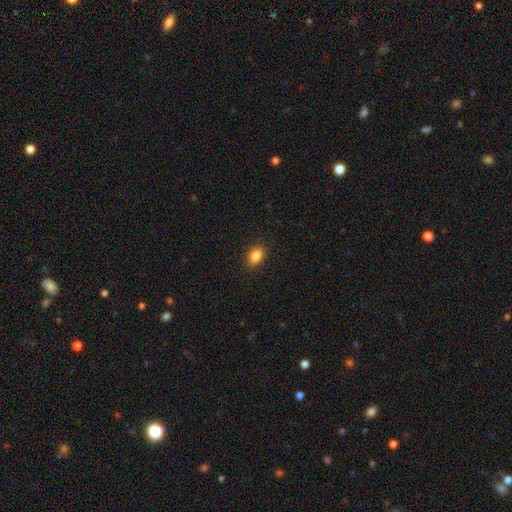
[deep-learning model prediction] Morphology: type=smooth (86%); roundness=in between (78%); merging=none (88%).